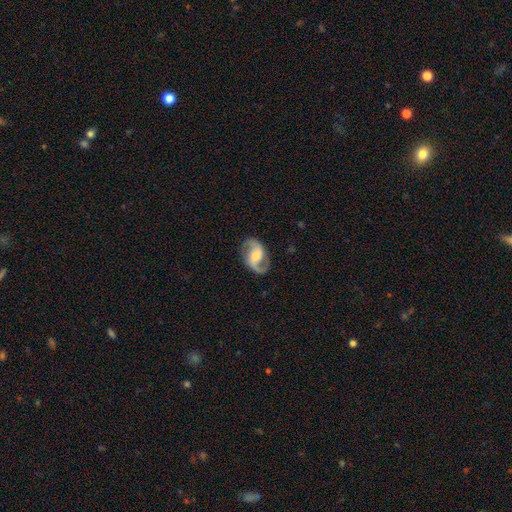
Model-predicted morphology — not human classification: smooth-or-featured: featured or disk: 87% | smooth: 8% | star or artifact: 5%
  disk-edge-on: no: 98% | yes: 2%
    bar: no: 42% (tied) | weak: 42% (tied) | strong: 17%
    has-spiral-arms: yes: 97% | no: 3%
      spiral-winding: medium: 49% | loose: 37% | tight: 13%
      spiral-arm-count: 2: 93% | 1: 2% | can't tell: 2% | 3: 1% | 4: 1% | more than 4: 1%
    bulge-size: moderate: 50% | small: 36% | large: 8% | none: 5% | dominant: 2%
  merging: none: 82% | minor disturbance: 12% | major disturbance: 5% | merger: 1%